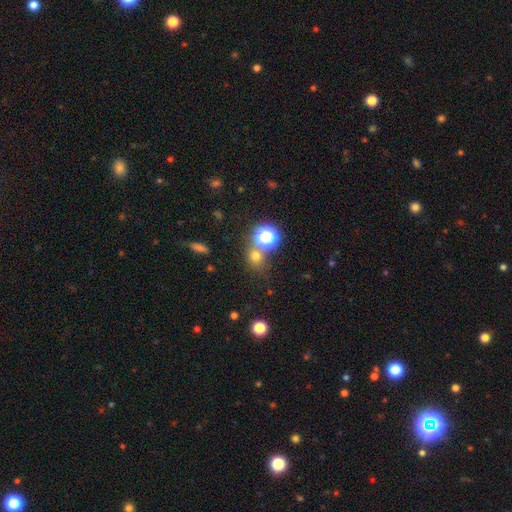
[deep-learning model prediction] smooth-or-featured: smooth: 65% | star or artifact: 27% | featured or disk: 7%
  how-rounded: round: 79% | in between: 20% | cigar-shaped: 1%
  merging: none: 65% | merger: 21% | minor disturbance: 10% | major disturbance: 4%